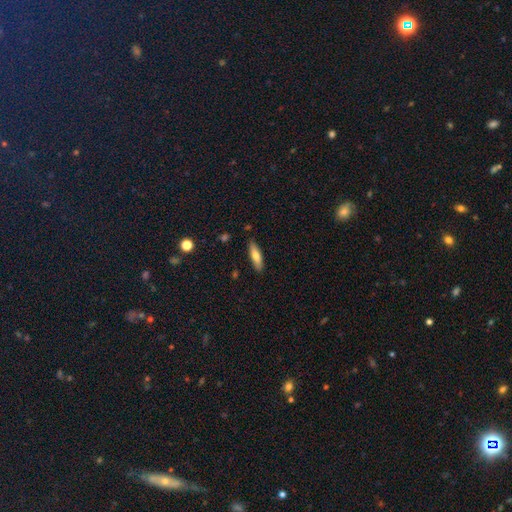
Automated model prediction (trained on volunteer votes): A smooth galaxy with no disk features (68%) that is cigar-shaped (65%). Merging: none (86%).